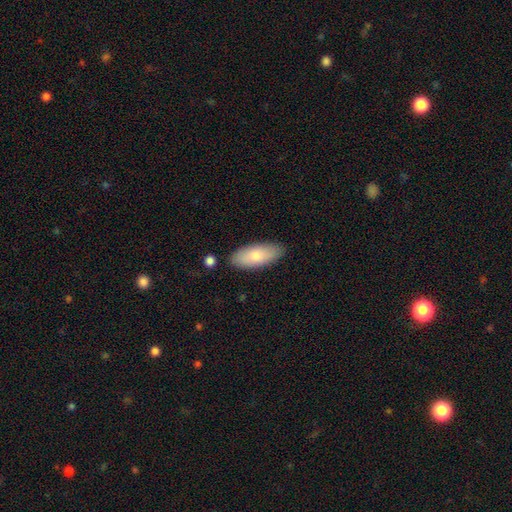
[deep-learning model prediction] A smooth galaxy with no disk features (77%) that is in between round and cigar-shaped (85%).

Vote fractions:
- Smooth or featured? smooth: 77% / featured or disk: 17% / star or artifact: 6%
- How rounded? in between: 85% / cigar-shaped: 13% / round: 2%
- Merging? none: 84% / minor disturbance: 11% / merger: 3% / major disturbance: 2%